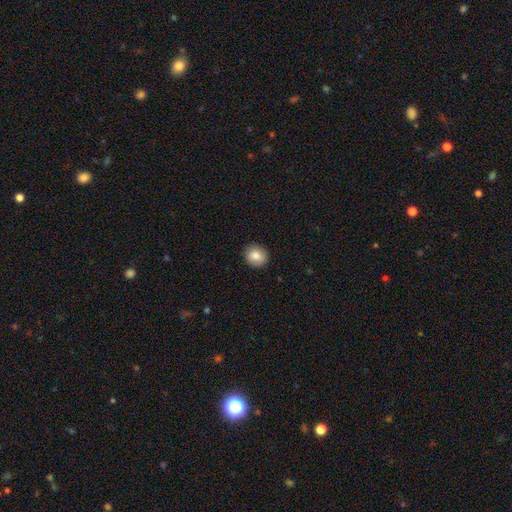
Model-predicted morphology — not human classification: smooth 83%, star or artifact 8%, featured or disk 8%. Down the decision tree: how rounded — round (82%); merging — none (91%).